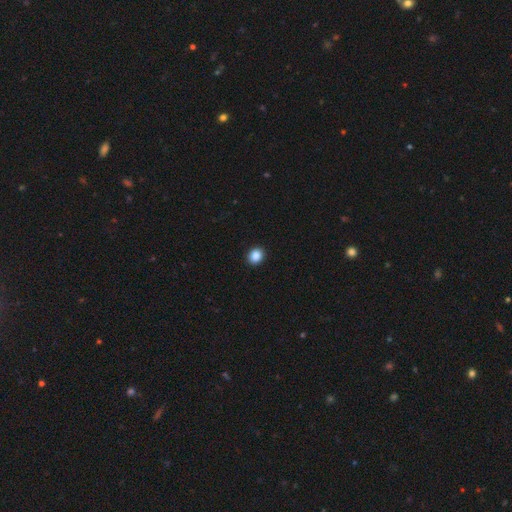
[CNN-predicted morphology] smooth_or_featured: smooth (p=0.88) [alt: star or artifact p=0.09]
how_rounded: round (p=0.69) [alt: in between p=0.30]
merging: none (p=0.92) [alt: minor disturbance p=0.05]